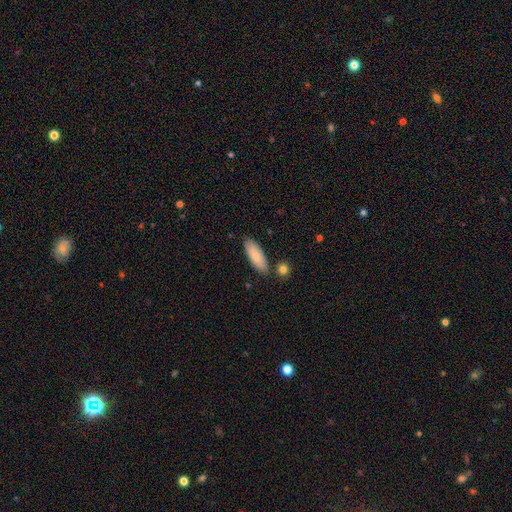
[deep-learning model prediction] Smooth or featured? smooth (81%)
How rounded? in between (63%)
Merging? none (81%)